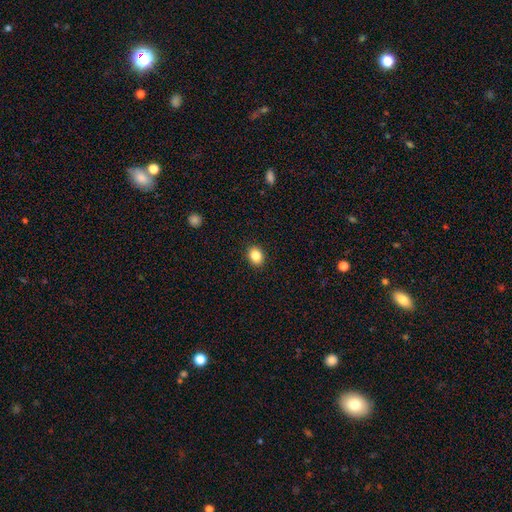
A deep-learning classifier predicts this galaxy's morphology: smooth 85%, star or artifact 10%, featured or disk 5%. Down the decision tree: how rounded — round (53%); merging — none (91%).